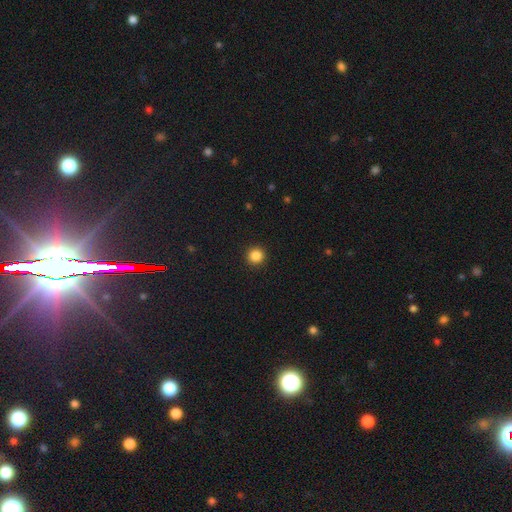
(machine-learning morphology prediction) The model was most divided on "smooth or featured": smooth: 86%, star or artifact: 11%, featured or disk: 3%. More confident: how rounded — round (94%); merging — none (93%).